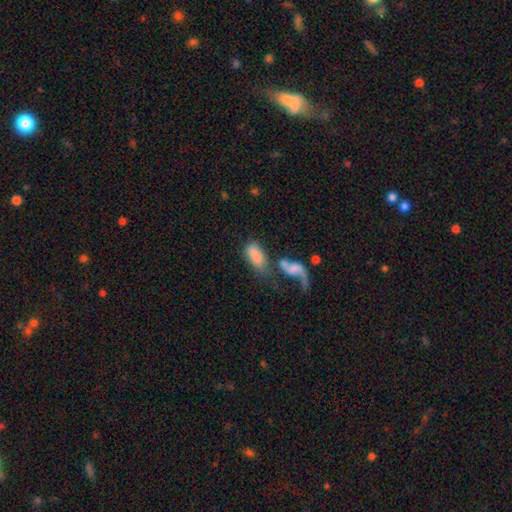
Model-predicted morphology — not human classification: A smooth galaxy with no disk features (77%) that is in between round and cigar-shaped (88%).

Vote fractions:
- Smooth or featured? smooth: 77% / featured or disk: 16% / star or artifact: 7%
- How rounded? in between: 88% / cigar-shaped: 8% / round: 3%
- Merging? merger: 47% / none: 25% / major disturbance: 17% / minor disturbance: 12%